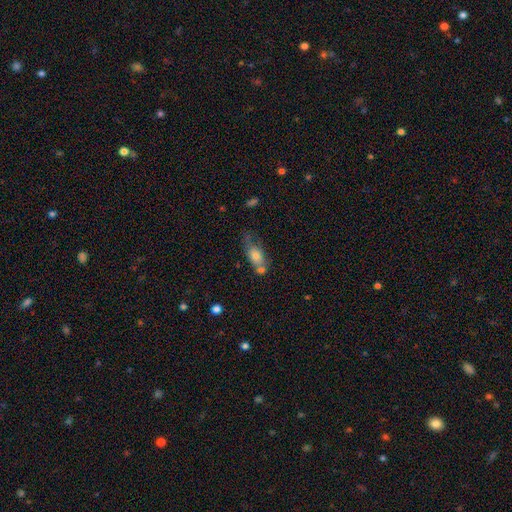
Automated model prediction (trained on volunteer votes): Overall: smooth (69%). How rounded: in between (79%). Merging: none (36%; merger 32%).